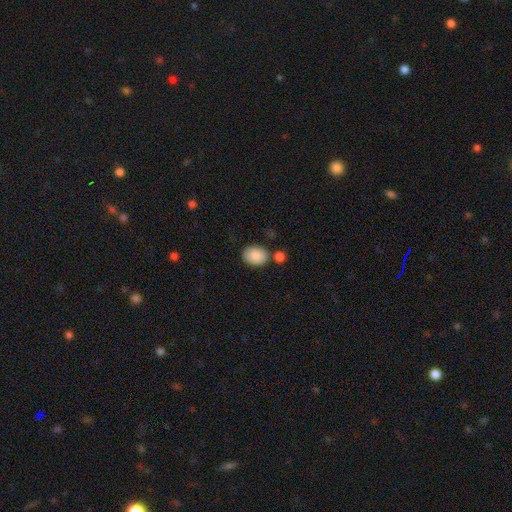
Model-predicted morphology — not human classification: Overall: smooth (89%). How rounded: in between (70%). Merging: none (72%).